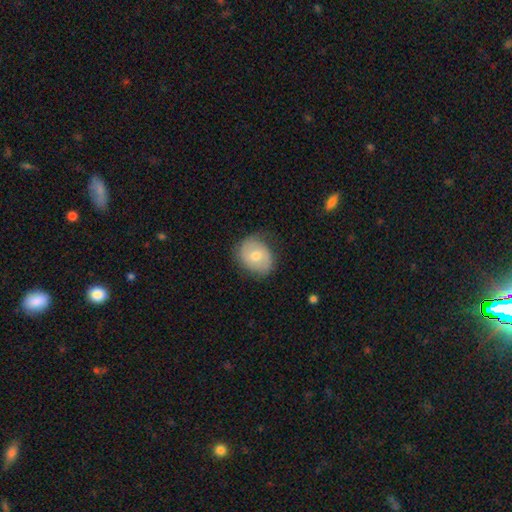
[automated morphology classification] Smooth or featured? Predicted: smooth (p=0.59). How rounded? Predicted: round (p=0.55). Merging? Predicted: none (p=0.69).